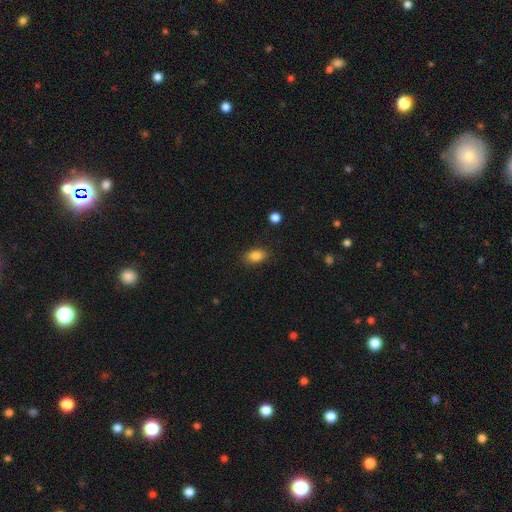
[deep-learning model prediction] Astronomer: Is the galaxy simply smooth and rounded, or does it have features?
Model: smooth — 85%.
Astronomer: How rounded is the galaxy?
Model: in between — 84%.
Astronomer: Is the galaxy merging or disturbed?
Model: none — 85%.